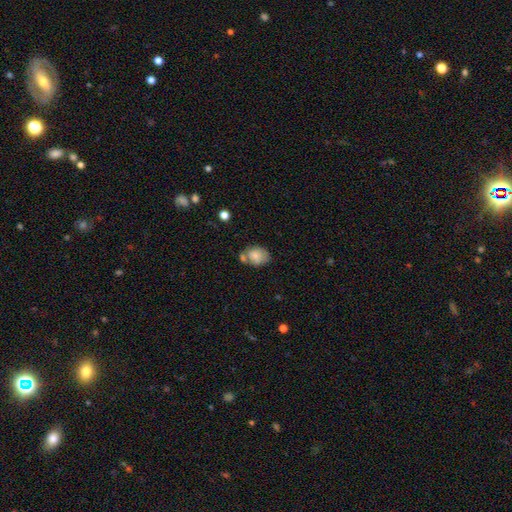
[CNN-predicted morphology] This is likely a smooth galaxy (77%). How rounded: likely in between (61%). Merging: possibly none (46%).